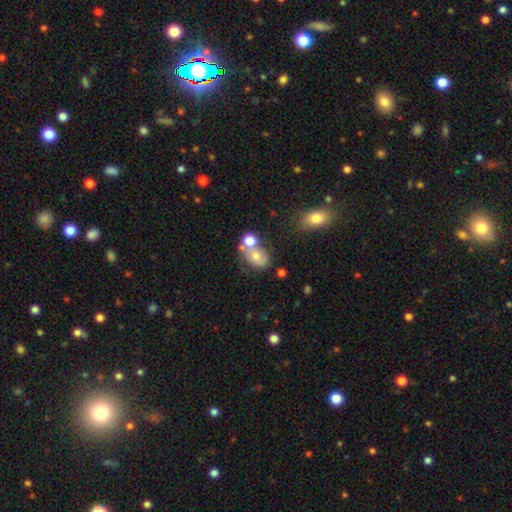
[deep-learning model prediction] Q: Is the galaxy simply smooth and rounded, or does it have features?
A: smooth — 61%.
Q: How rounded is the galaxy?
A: in between — 67%.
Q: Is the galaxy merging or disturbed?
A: merger — 40%.